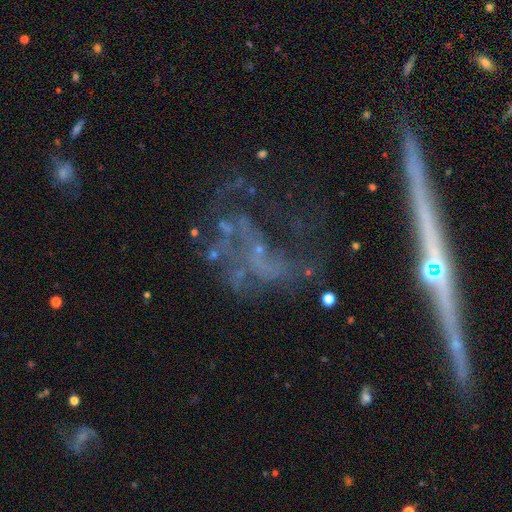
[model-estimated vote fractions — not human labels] Smooth or featured? featured or disk (70%)
Edge-on disk? no (61%)
Merging? none (45%)